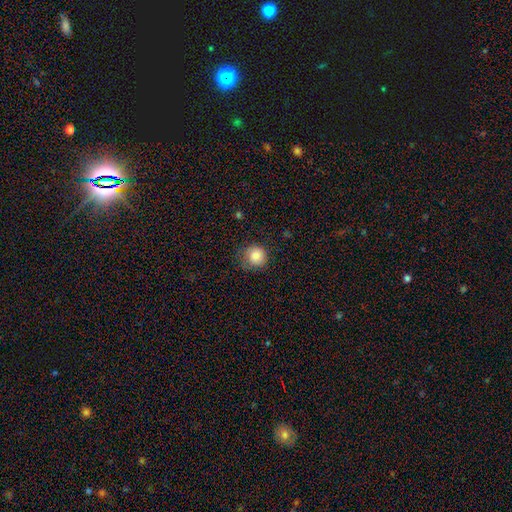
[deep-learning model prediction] Smooth or featured? Predicted: smooth (p=0.85). How rounded? Predicted: round (p=0.90). Merging? Predicted: none (p=0.68).